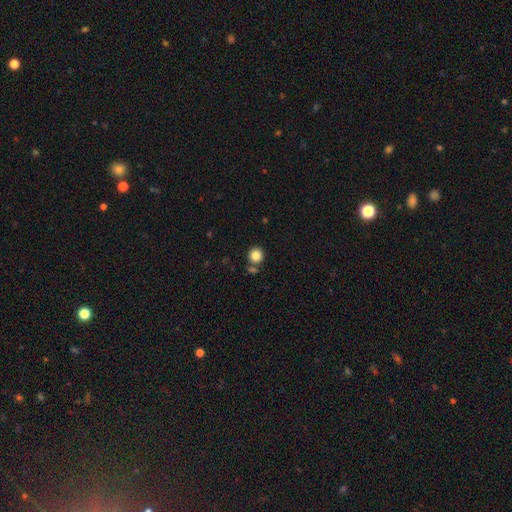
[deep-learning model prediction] smooth-or-featured: smooth: 84% | star or artifact: 10% | featured or disk: 5%
  how-rounded: round: 92% | in between: 7% | cigar-shaped: 1%
  merging: none: 76% | merger: 13% | minor disturbance: 8% | major disturbance: 3%